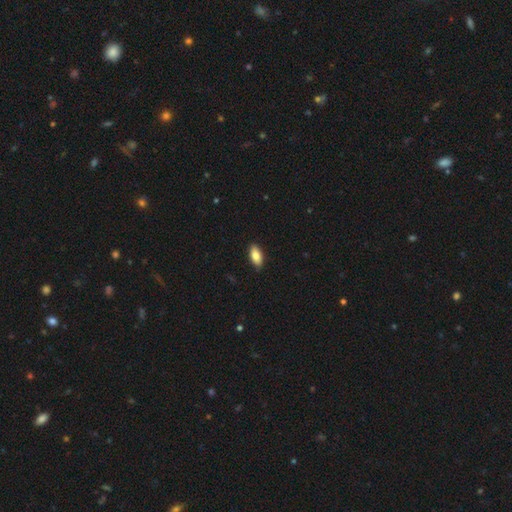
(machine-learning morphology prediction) smooth_or_featured: smooth (p=0.84) [alt: featured or disk p=0.10]
how_rounded: in between (p=0.88) [alt: cigar-shaped p=0.10]
merging: none (p=0.87) [alt: minor disturbance p=0.10]